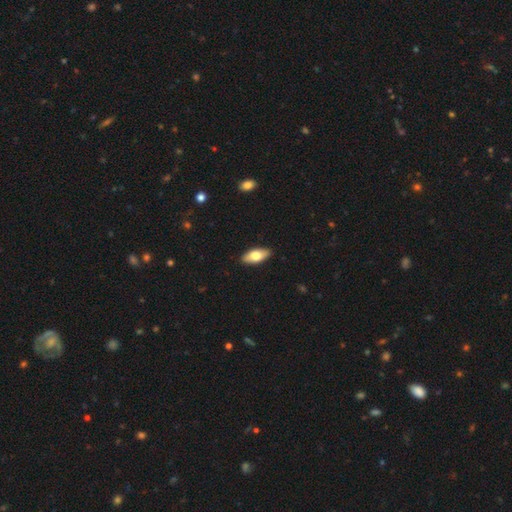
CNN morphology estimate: The model was most divided on "smooth or featured": smooth: 73%, featured or disk: 22%, star or artifact: 6%. More confident: merging — none (90%); how rounded — in between (85%).